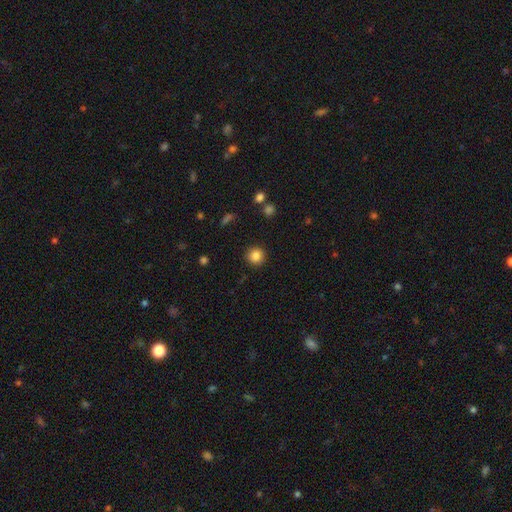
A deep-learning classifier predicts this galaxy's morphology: Smooth or featured: smooth — 85% (star or artifact — 11%)
How rounded: round — 94% (in between — 5%)
Merging: none — 91% (minor disturbance — 5%)